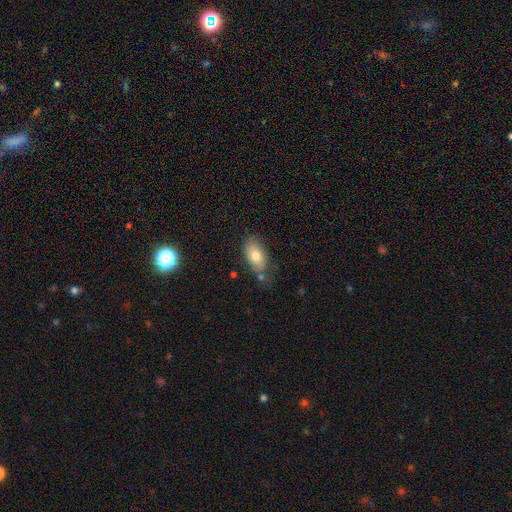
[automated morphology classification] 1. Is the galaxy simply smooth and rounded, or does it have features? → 75% smooth, 17% featured or disk, 8% star or artifact.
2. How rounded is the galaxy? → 91% in between, 6% round, 3% cigar-shaped.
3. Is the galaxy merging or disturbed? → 66% none, 21% minor disturbance, 7% merger, 6% major disturbance.